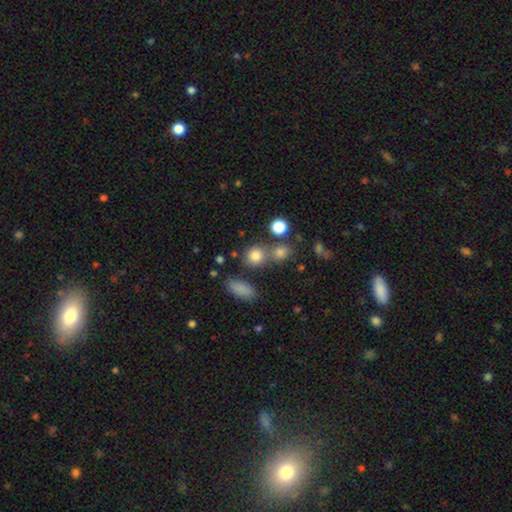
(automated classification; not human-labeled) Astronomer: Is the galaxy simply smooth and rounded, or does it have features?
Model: smooth — 80%.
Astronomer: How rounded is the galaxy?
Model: round — 77%.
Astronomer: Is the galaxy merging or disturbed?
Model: none — 60%.